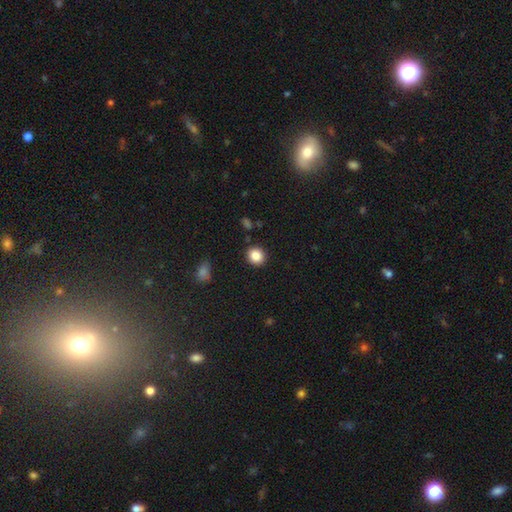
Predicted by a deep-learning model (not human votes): This appears to be a smooth galaxy with no disk features (86%) that is round (87%). Merging: none (90%).